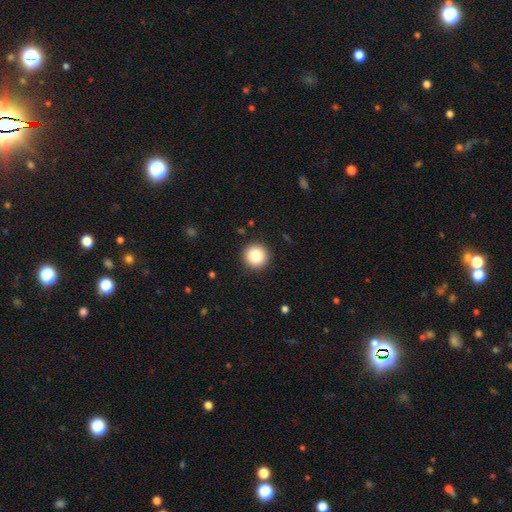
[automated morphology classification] type=smooth (83%); roundness=round (96%); merging=none (92%).